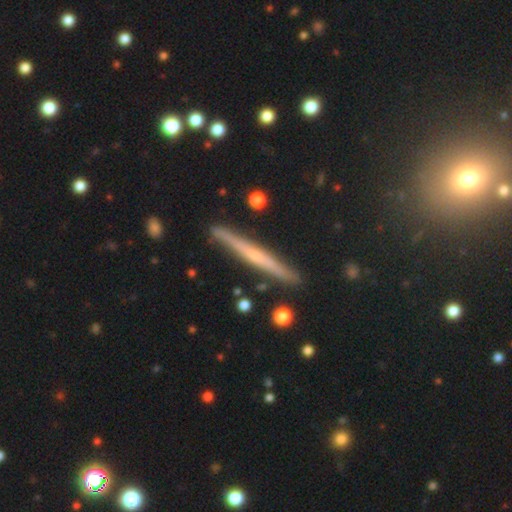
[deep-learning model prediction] smooth-or-featured: featured or disk: 61% | smooth: 32% | star or artifact: 8%
  disk-edge-on: yes: 97% | no: 3%
    edge-on-bulge: none: 53% | rounded: 40% | boxy: 8%
  merging: none: 89% | minor disturbance: 8% | merger: 2% | major disturbance: 1%